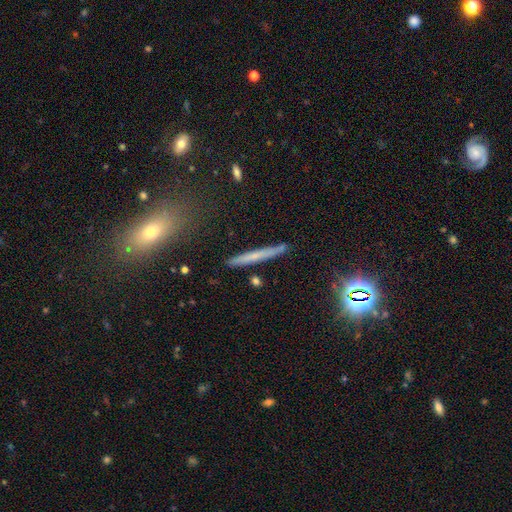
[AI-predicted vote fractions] This appears to be a smooth galaxy with no disk features (54%) that is cigar-shaped (94%). Merging: none (87%).